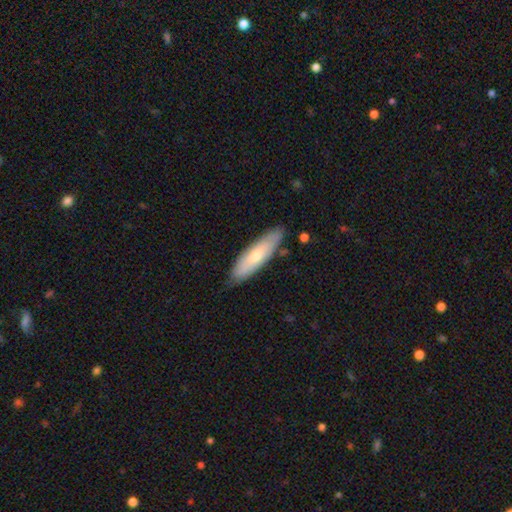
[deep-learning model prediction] smooth 59%, featured or disk 35%, star or artifact 6%. Down the decision tree: how rounded — cigar-shaped (57%); merging — none (82%).